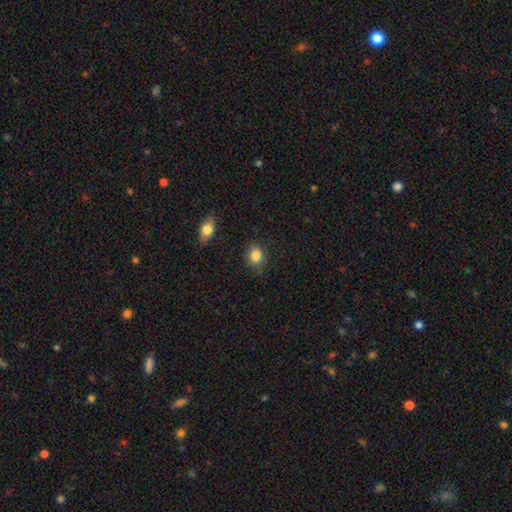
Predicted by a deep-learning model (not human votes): Smooth or featured? smooth (85%)
How rounded? in between (52%)
Merging? none (82%)